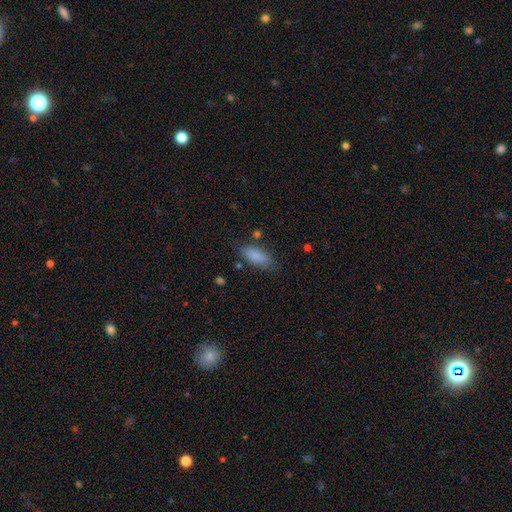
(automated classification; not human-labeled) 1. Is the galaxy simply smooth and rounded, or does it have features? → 86% smooth, 7% featured or disk, 7% star or artifact.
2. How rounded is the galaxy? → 78% in between, 20% cigar-shaped, 2% round.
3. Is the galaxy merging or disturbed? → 75% none, 17% minor disturbance, 5% major disturbance, 3% merger.